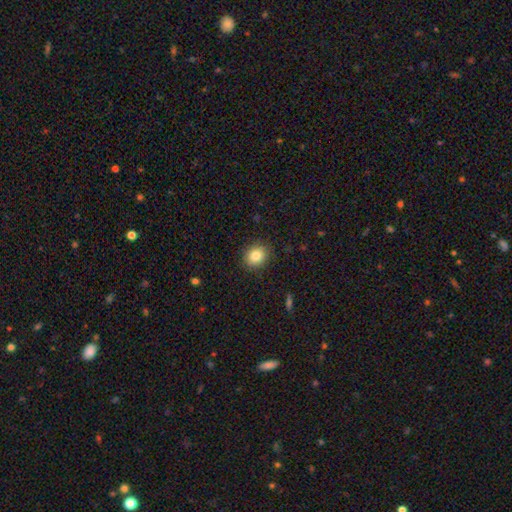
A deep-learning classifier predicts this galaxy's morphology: Overall: smooth (83%). How rounded: round (69%; in between 30%). Merging: none (88%).